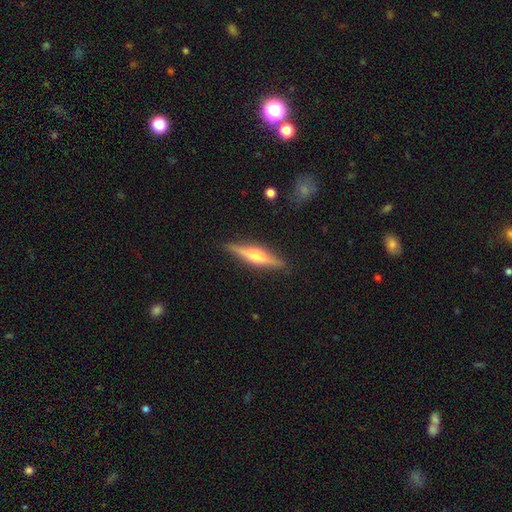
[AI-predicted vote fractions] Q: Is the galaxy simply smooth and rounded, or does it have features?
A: featured or disk — 69%.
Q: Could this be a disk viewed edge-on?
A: yes — 97%.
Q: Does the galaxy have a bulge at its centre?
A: rounded — 81%.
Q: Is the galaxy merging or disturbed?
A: none — 88%.